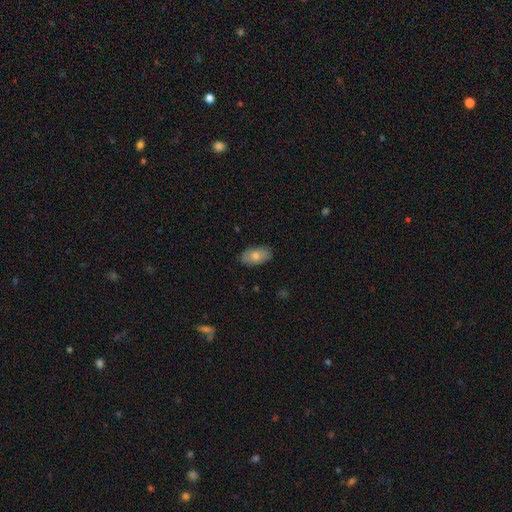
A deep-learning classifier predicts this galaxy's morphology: Overall: smooth (75%). How rounded: in between (93%). Merging: none (86%).